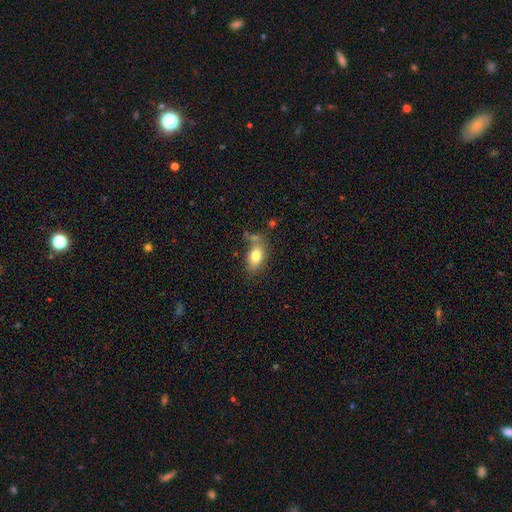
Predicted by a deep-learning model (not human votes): smooth-or-featured: smooth: 79% | featured or disk: 13% | star or artifact: 8%
  how-rounded: in between: 88% | round: 9% | cigar-shaped: 3%
  merging: none: 58% | minor disturbance: 21% | merger: 14% | major disturbance: 7%